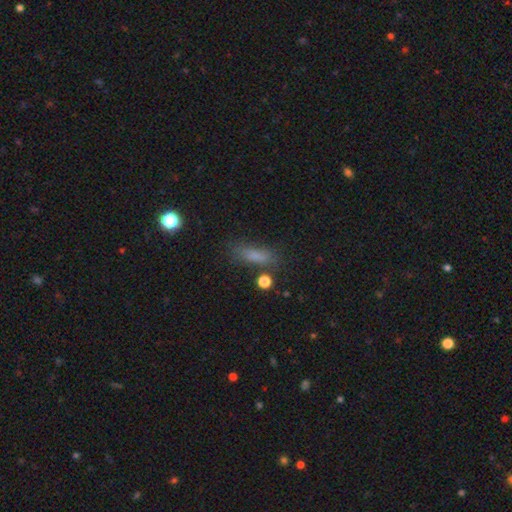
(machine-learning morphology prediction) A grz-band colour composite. It shows a smooth galaxy with no disk features (75%) that is in between round and cigar-shaped (48%). Merging: none (69%).